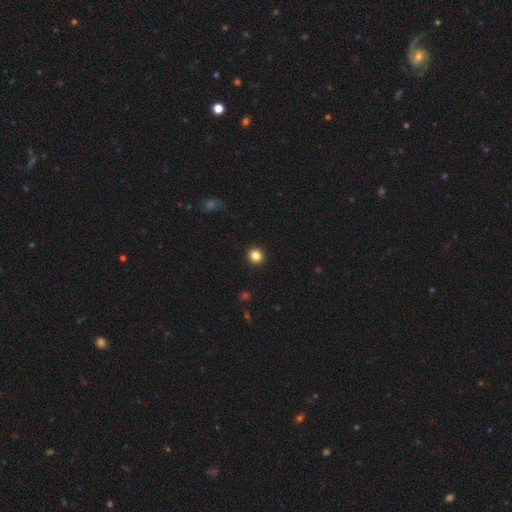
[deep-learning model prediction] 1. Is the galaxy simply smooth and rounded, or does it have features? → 84% smooth, 11% star or artifact, 5% featured or disk.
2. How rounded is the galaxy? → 91% round, 8% in between, 1% cigar-shaped.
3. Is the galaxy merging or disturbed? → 93% none, 4% minor disturbance, 1% major disturbance, 1% merger.